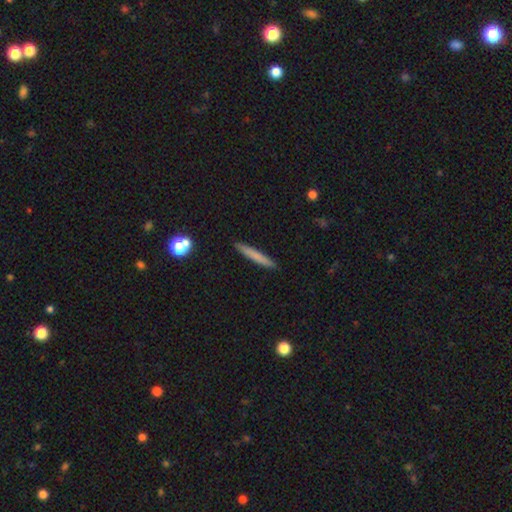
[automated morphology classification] The model was most divided on "smooth or featured": smooth: 71%, featured or disk: 21%, star or artifact: 7%. More confident: how rounded — cigar-shaped (95%); merging — none (90%).